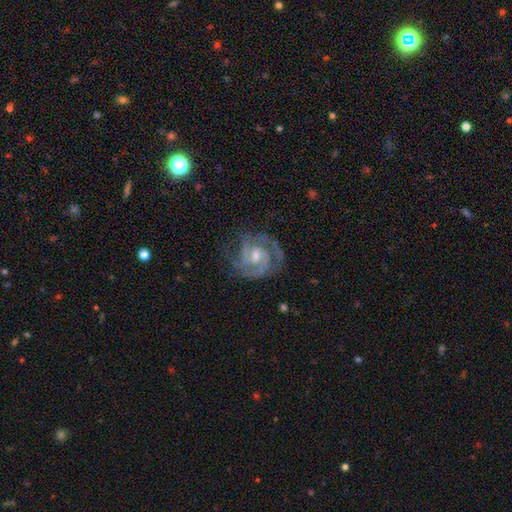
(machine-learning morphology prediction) A featured or disk galaxy (90%) with a weak bar (51%), 2 (55%) tight (57%) spiral arms (98%) and a moderate central bulge (50%).

Vote fractions:
- Smooth or featured? featured or disk: 90% / star or artifact: 5% / smooth: 5%
- Edge-on disk? no: 98% / yes: 2%
- Bar? weak: 51% / no: 35% / strong: 13%
- Spiral arms? yes: 98% / no: 2%
- Spiral winding? tight: 57% / medium: 38% / loose: 5%
- Spiral arm count? 2: 55% / 3: 25% / can't tell: 10% / 4: 4% / 1: 3% / more than 4: 3%
- Bulge size? moderate: 50% / small: 42% / none: 4% / large: 3% / dominant: 1%
- Merging? none: 72% / minor disturbance: 18% / major disturbance: 8% / merger: 1%